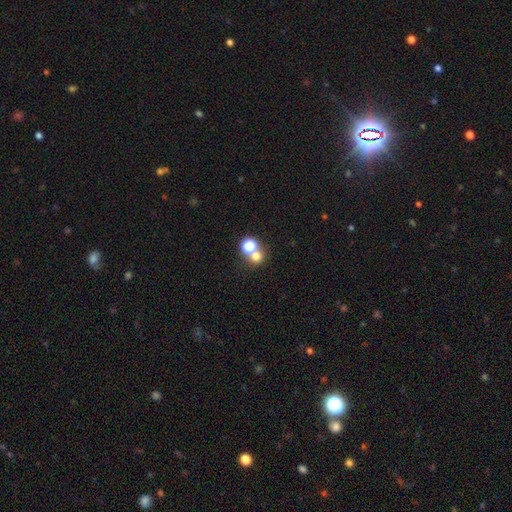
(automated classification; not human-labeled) A smooth galaxy with no disk features (67%) that is round (84%). Merging: none (51%).